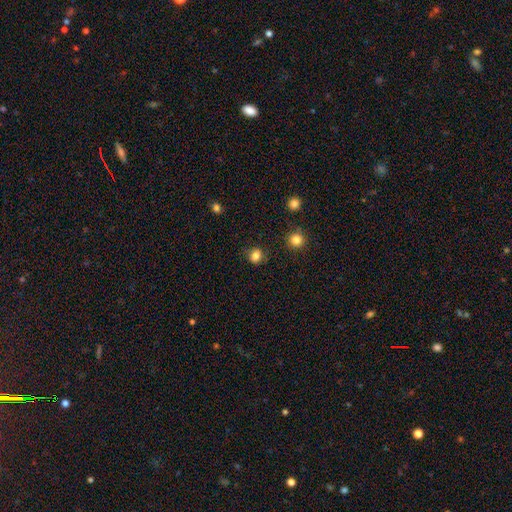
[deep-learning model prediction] smooth_or_featured: smooth (p=0.82) [alt: star or artifact p=0.12]
how_rounded: round (p=0.79) [alt: in between p=0.20]
merging: none (p=0.84) [alt: minor disturbance p=0.11]